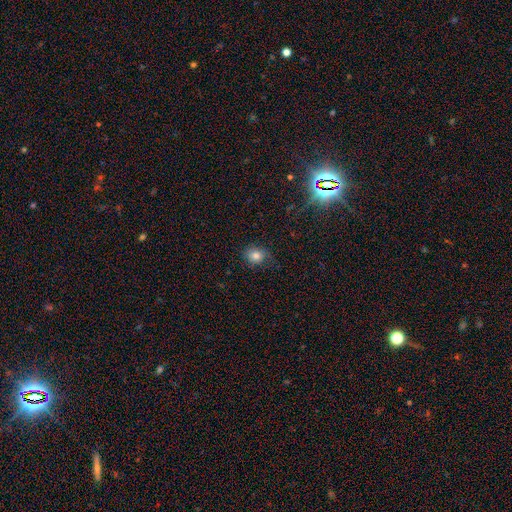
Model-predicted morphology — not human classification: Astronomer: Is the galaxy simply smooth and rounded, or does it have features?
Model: smooth — 80%.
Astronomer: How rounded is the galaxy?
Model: round — 64%.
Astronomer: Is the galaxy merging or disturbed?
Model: none — 70%.